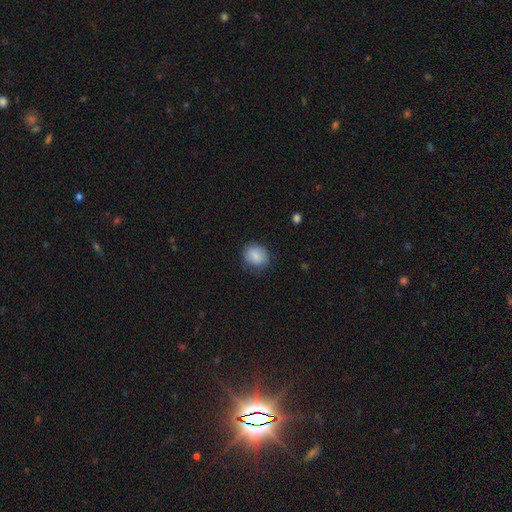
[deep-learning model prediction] A smooth galaxy with no disk features (84%) that is round (63%).

Vote fractions:
- Smooth or featured? smooth: 84% / featured or disk: 8% / star or artifact: 8%
- How rounded? round: 63% / in between: 36% / cigar-shaped: 1%
- Merging? none: 78% / minor disturbance: 16% / major disturbance: 5% / merger: 1%